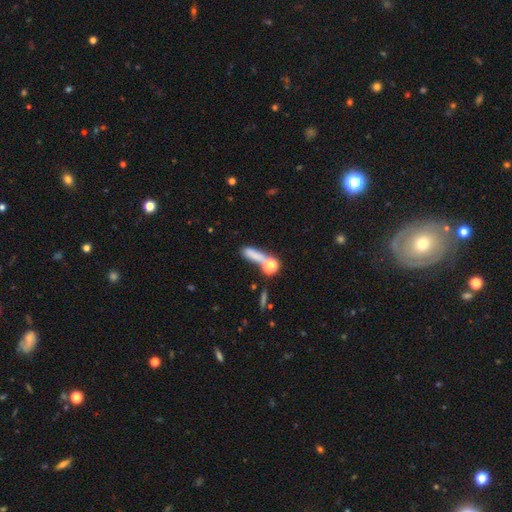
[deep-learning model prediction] Smooth or featured? Predicted: smooth (p=0.71). How rounded? Predicted: cigar-shaped (p=0.49). Merging? Predicted: none (p=0.45).